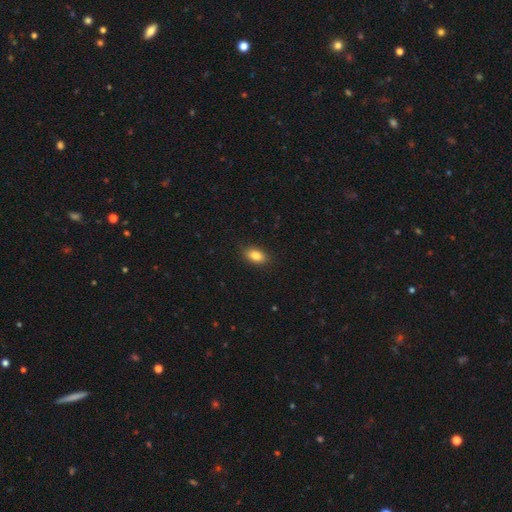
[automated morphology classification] A smooth galaxy with no disk features (84%) that is in between round and cigar-shaped (89%). Merging: none (88%).